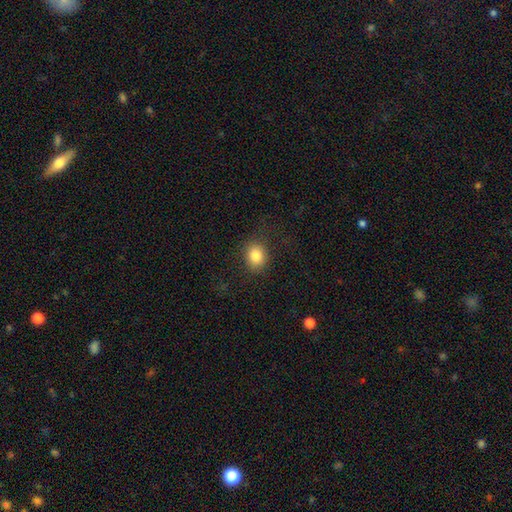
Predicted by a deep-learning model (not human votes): Smooth or featured?
  - smooth: 84% *
  - star or artifact: 10%
  - featured or disk: 6%
How rounded?
  - round: 63% *
  - in between: 36%
  - cigar-shaped: 1%
Merging?
  - none: 84% *
  - minor disturbance: 11%
  - major disturbance: 5%
  - merger: 1%